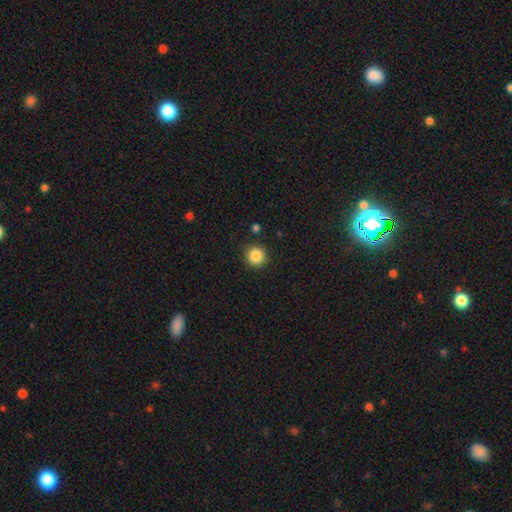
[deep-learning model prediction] Overall: smooth (86%). How rounded: round (95%). Merging: none (91%).